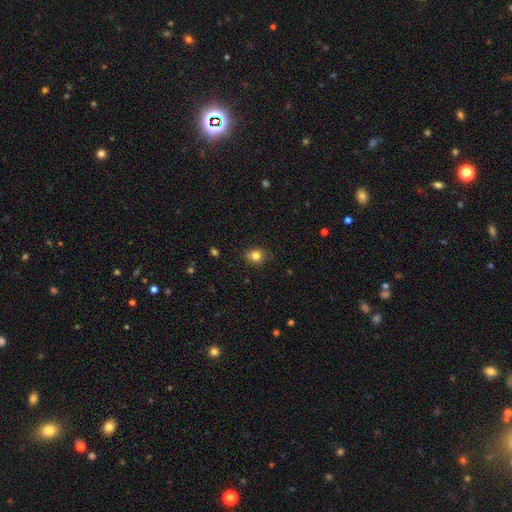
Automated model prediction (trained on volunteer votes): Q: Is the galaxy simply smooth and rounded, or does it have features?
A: smooth — 81%.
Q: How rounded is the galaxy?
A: round — 62%.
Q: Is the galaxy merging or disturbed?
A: none — 83%.